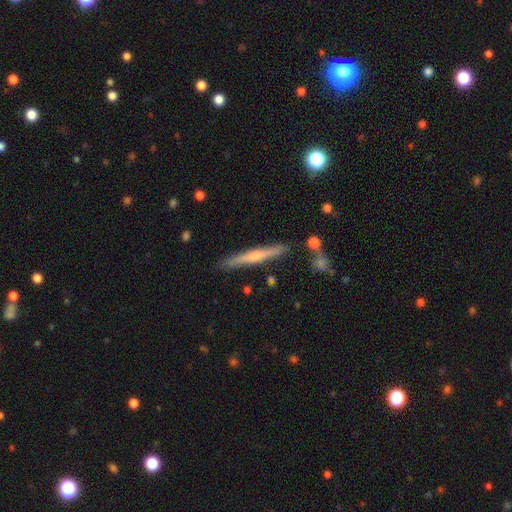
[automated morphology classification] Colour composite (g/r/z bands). It shows a featured or disk galaxy (58%) viewed edge-on (97%) with a rounded central bulge (68%). Merging: none (87%).